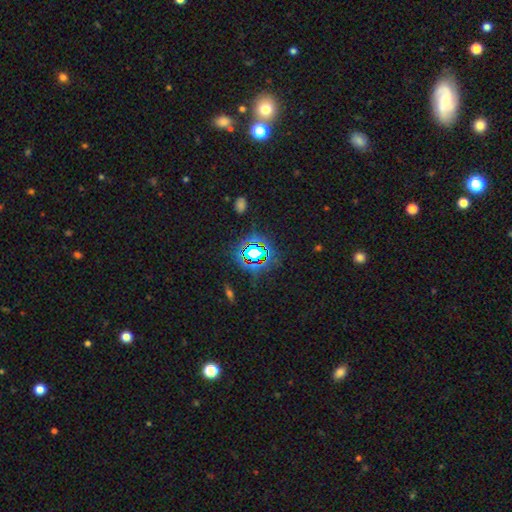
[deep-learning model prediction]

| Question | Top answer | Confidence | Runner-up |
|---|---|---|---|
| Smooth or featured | star or artifact | 72% | smooth (16%) |